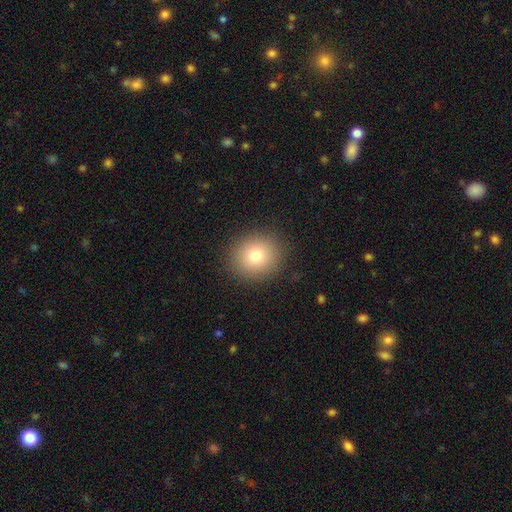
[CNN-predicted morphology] Overall: smooth (77%). How rounded: round (85%). Merging: none (89%).